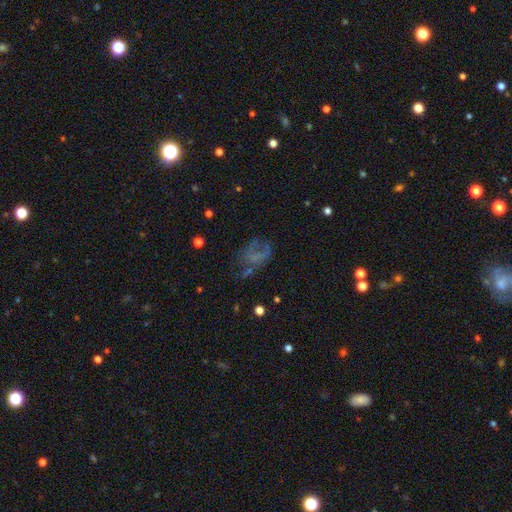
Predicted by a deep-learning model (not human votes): Smooth or featured? Predicted: featured or disk (p=0.40). Merging? Predicted: none (p=0.37, tied with major disturbance).